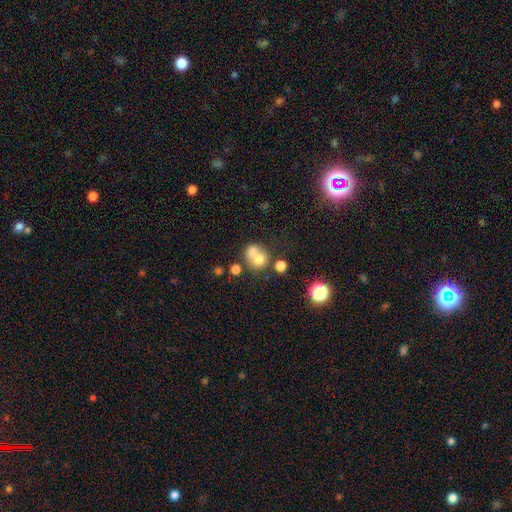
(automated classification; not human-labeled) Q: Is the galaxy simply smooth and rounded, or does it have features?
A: smooth — 68%.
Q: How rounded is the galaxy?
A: round — 76%.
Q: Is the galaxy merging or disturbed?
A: merger — 60%.